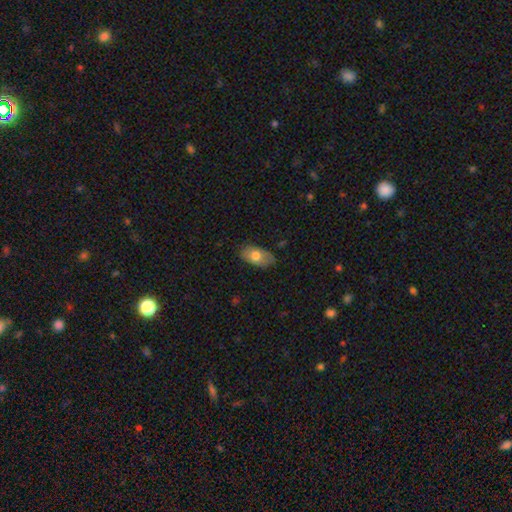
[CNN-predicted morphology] Smooth or featured: smooth — 72% (featured or disk — 22%)
How rounded: in between — 93% (round — 5%)
Merging: none — 78% (minor disturbance — 17%)